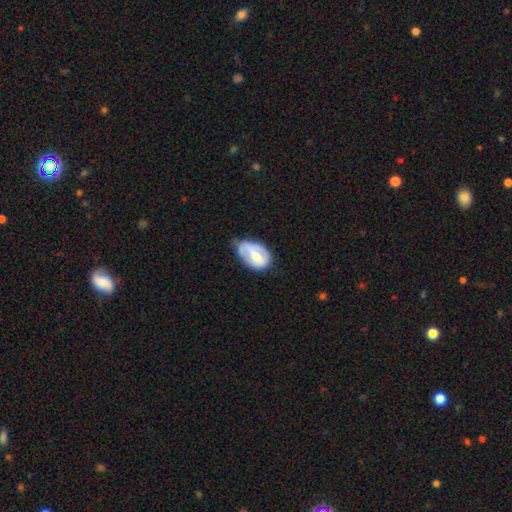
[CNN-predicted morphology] Smooth or featured?
  - featured or disk: 48% *
  - smooth: 46%
  - star or artifact: 6%
Merging?
  - minor disturbance: 44% *
  - none: 37%
  - major disturbance: 16%
  - merger: 2%